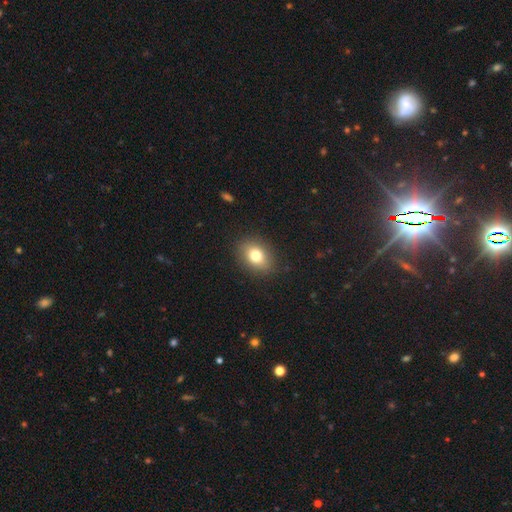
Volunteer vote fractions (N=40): Q: Smooth or featured?
A: smooth (82%); runner-up: featured or disk (12%)
Q: How rounded?
A: in between (61%); runner-up: round (39%)
Q: Merging?
A: none (89%); runner-up: minor disturbance (5%)